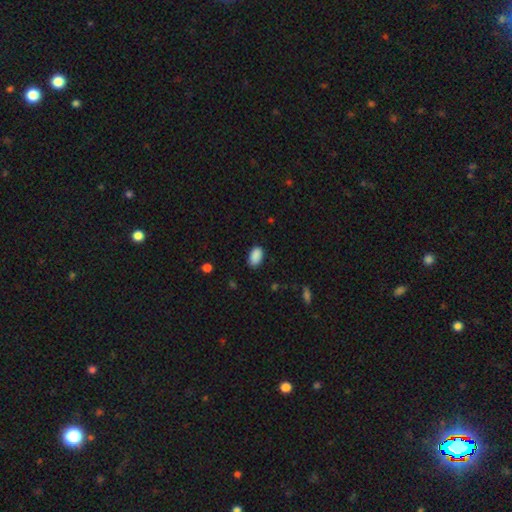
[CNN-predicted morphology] Smooth or featured? smooth (90%)
How rounded? in between (93%)
Merging? none (85%)